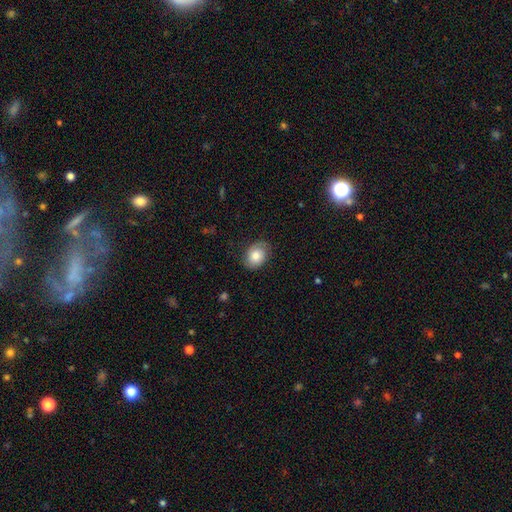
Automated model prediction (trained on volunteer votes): smooth 74%, featured or disk 18%, star or artifact 8%. Down the decision tree: how rounded — in between (60%); merging — none (75%).